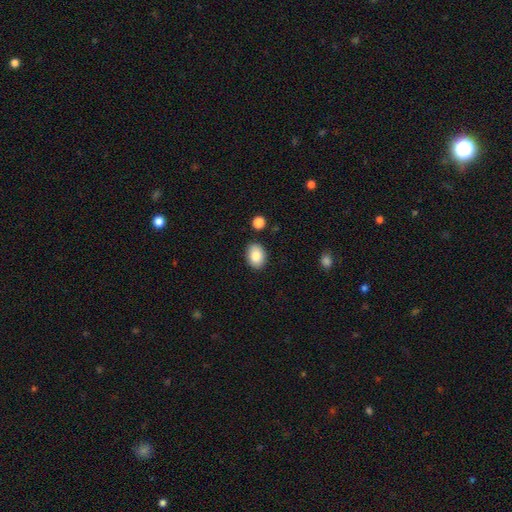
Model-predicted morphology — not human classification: Smooth or featured?
  - smooth: 85% *
  - featured or disk: 8%
  - star or artifact: 7%
How rounded?
  - in between: 76% *
  - round: 23%
  - cigar-shaped: 1%
Merging?
  - none: 86% *
  - minor disturbance: 9%
  - merger: 2%
  - major disturbance: 2%